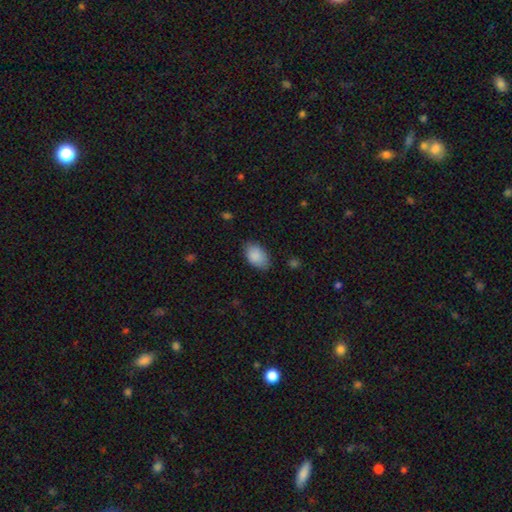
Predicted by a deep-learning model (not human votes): Smooth or featured? Predicted: smooth (p=0.89). How rounded? Predicted: in between (p=0.91). Merging? Predicted: none (p=0.78).